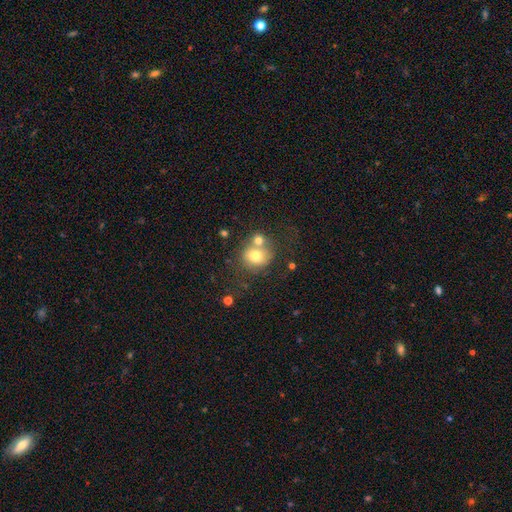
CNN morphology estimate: Smooth or featured: smooth — 70% (featured or disk — 19%)
How rounded: round — 80% (in between — 19%)
Merging: none — 45% (merger — 38%)